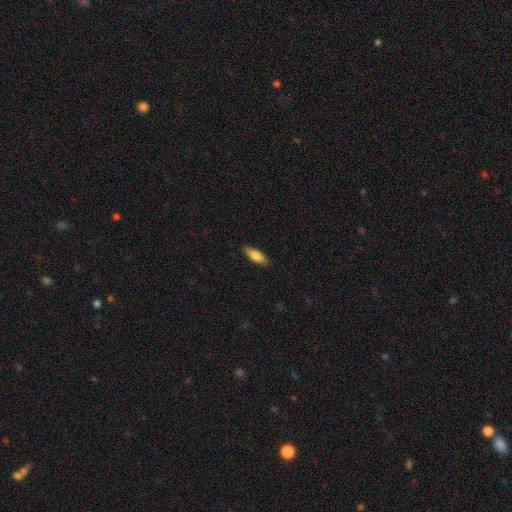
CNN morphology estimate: This is likely a smooth galaxy (79%). How rounded: possibly in between (57%). Merging: clearly none (87%).